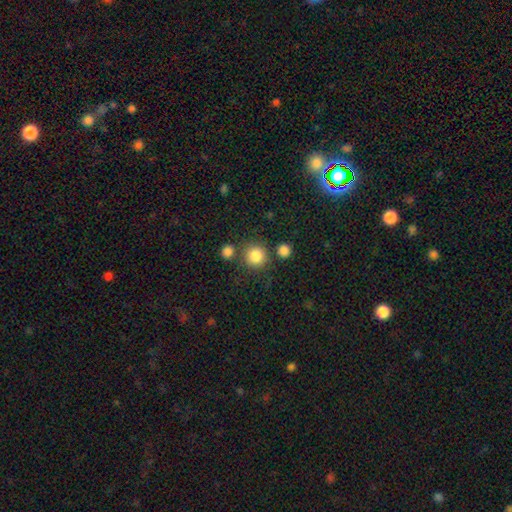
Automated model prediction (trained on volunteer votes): Smooth or featured: smooth — 85% (star or artifact — 10%)
How rounded: round — 92% (in between — 7%)
Merging: none — 78% (merger — 10%)